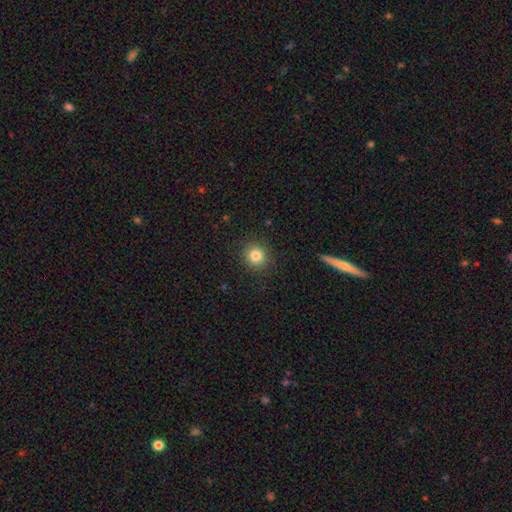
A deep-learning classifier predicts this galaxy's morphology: The model was most divided on "smooth or featured": smooth: 83%, star or artifact: 12%, featured or disk: 6%. More confident: merging — none (90%); how rounded — round (89%).